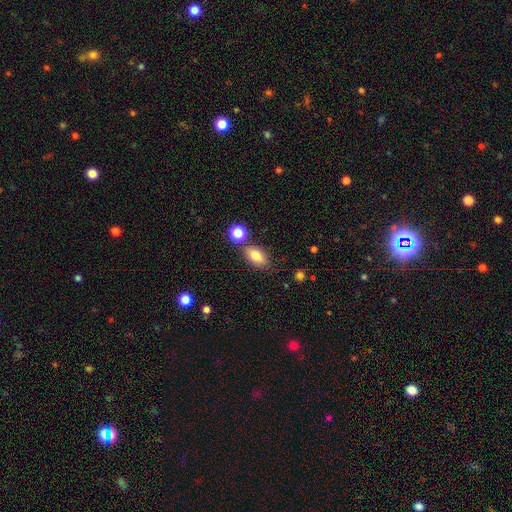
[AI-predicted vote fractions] Morphology: type=smooth (82%); roundness=in between (86%); merging=none (69%).